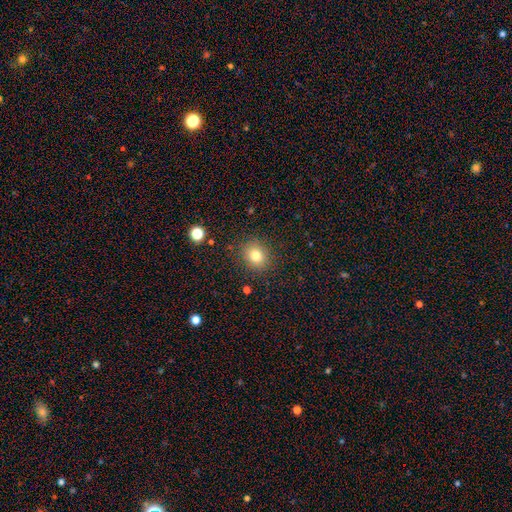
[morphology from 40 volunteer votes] smooth_or_featured: smooth (p=0.82) [alt: featured or disk p=0.15]
how_rounded: round (p=0.85) [alt: in between p=0.15]
merging: none (p=0.95) [alt: minor disturbance p=0.03]